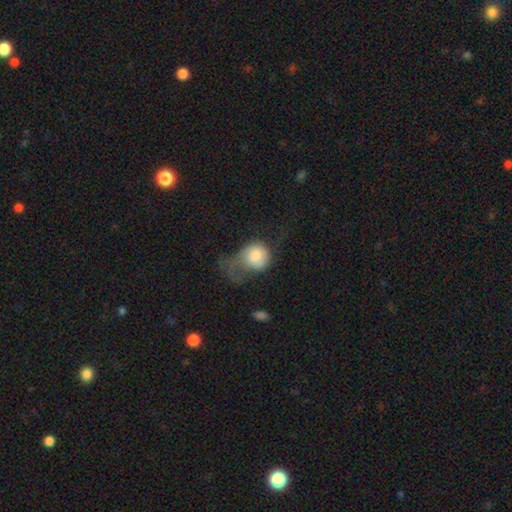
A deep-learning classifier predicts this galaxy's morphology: A smooth galaxy with no disk features (69%) that is round (69%). Merging: major disturbance (59%).